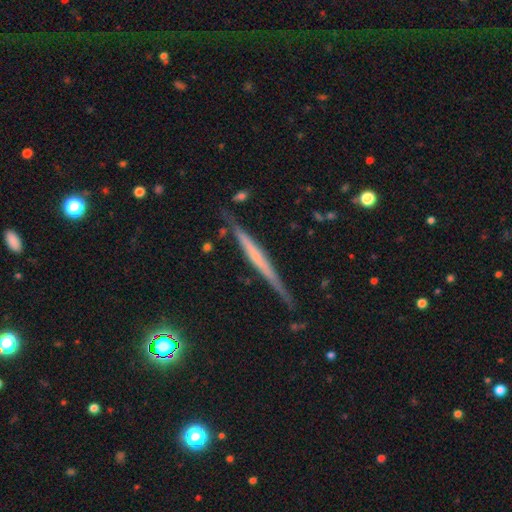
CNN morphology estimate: smooth_or_featured: featured or disk (p=0.64) [alt: smooth p=0.28]
disk_edge_on: yes (p=0.97) [alt: no p=0.03]
edge_on_bulge: none (p=0.73) [alt: rounded p=0.17]
merging: none (p=0.83) [alt: minor disturbance p=0.13]